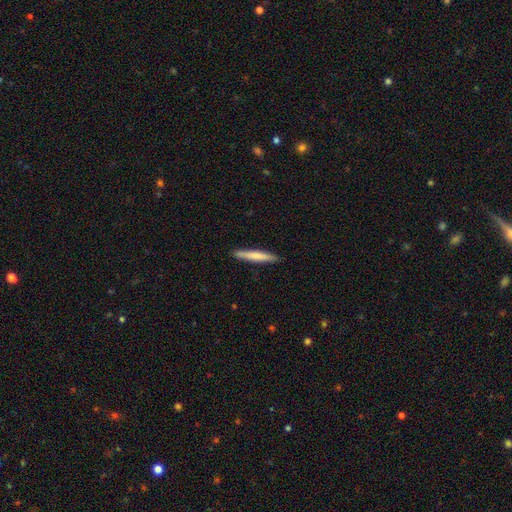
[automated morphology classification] Smooth or featured: smooth — 69% (featured or disk — 26%)
How rounded: cigar-shaped — 95% (in between — 4%)
Merging: none — 89% (minor disturbance — 8%)